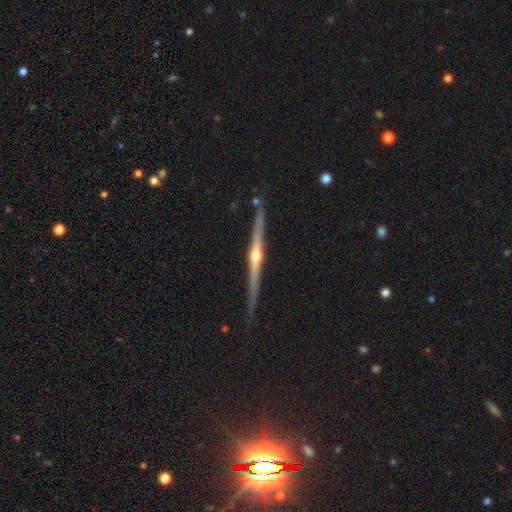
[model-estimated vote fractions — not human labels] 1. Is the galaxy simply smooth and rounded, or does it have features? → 83% featured or disk, 11% smooth, 5% star or artifact.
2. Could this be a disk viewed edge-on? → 98% yes, 2% no.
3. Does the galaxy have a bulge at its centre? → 91% rounded, 7% none, 3% boxy.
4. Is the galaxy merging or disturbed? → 83% none, 12% minor disturbance, 2% merger, 2% major disturbance.